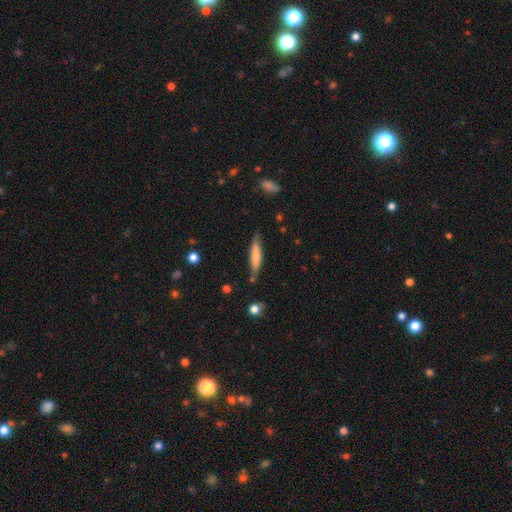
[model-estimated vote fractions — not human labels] Smooth or featured? smooth (66%)
How rounded? cigar-shaped (86%)
Merging? none (77%)